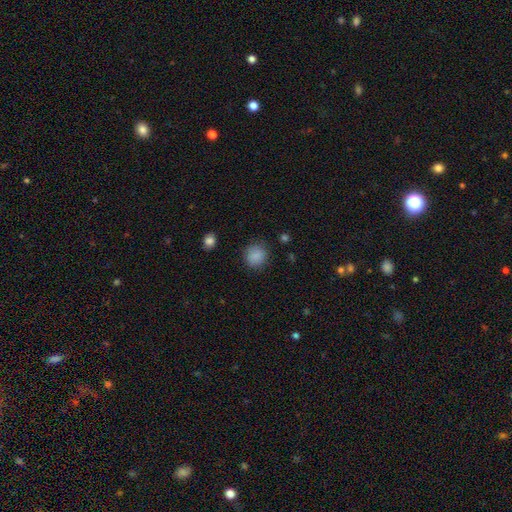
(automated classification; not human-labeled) Smooth or featured? Predicted: smooth (p=0.87). How rounded? Predicted: round (p=0.83). Merging? Predicted: none (p=0.84).